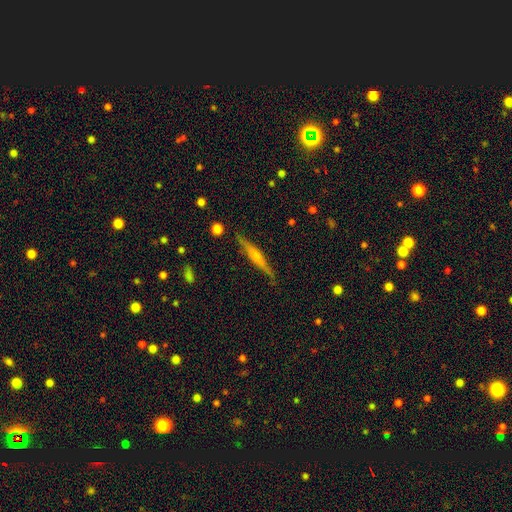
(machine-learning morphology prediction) smooth_or_featured: featured or disk (p=0.70) [alt: smooth p=0.23]
disk_edge_on: yes (p=0.97) [alt: no p=0.03]
edge_on_bulge: rounded (p=0.72) [alt: none p=0.17]
merging: none (p=0.88) [alt: minor disturbance p=0.09]